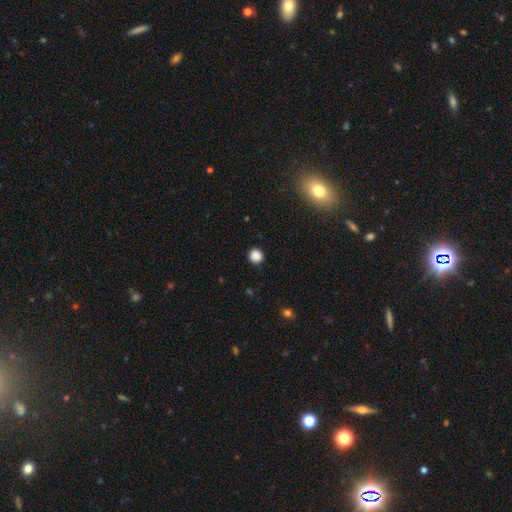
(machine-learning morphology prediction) Smooth or featured: smooth — 87% (star or artifact — 11%)
How rounded: round — 93% (in between — 6%)
Merging: none — 91% (minor disturbance — 6%)